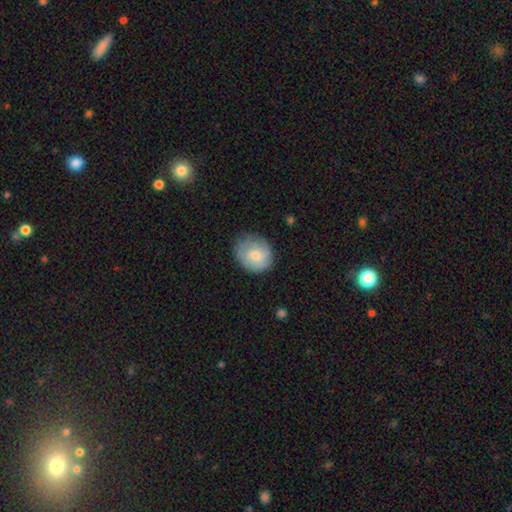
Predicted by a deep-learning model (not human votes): Smooth or featured? smooth (62%)
How rounded? round (61%)
Merging? none (74%)